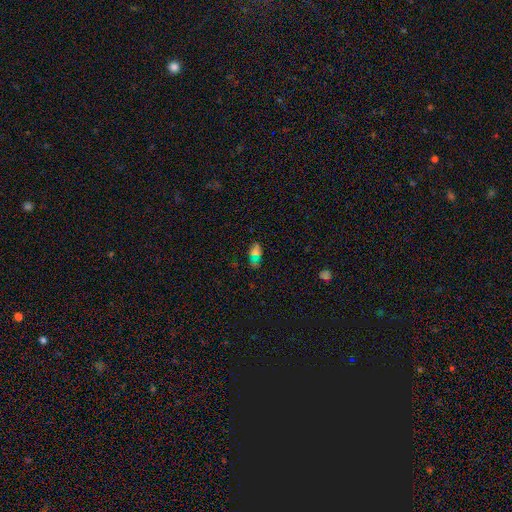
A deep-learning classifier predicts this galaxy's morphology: smooth 58%, star or artifact 28%, featured or disk 13%. Down the decision tree: how rounded — in between (86%); merging — none (76%).